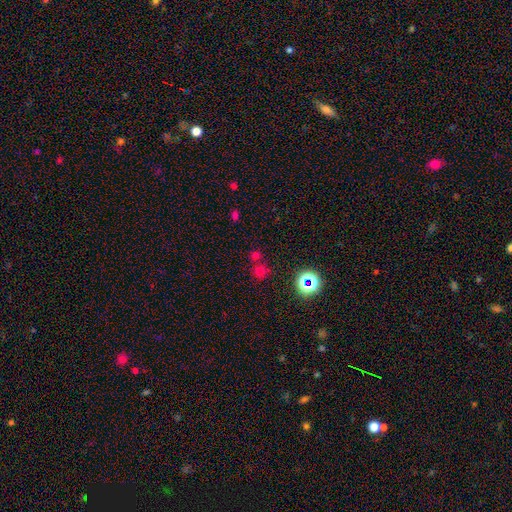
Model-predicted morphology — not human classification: Smooth or featured? Predicted: smooth (p=0.55). How rounded? Predicted: round (p=0.90). Merging? Predicted: none (p=0.65).